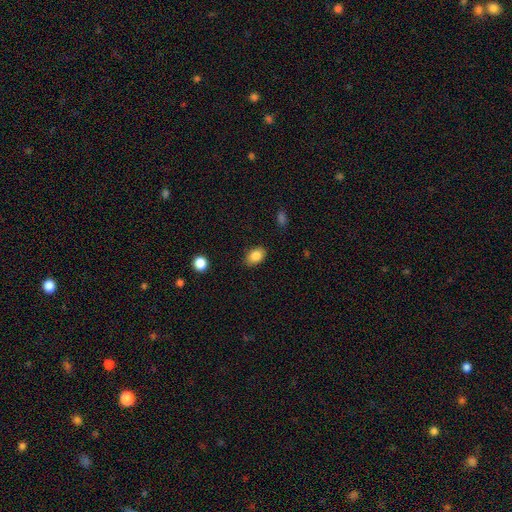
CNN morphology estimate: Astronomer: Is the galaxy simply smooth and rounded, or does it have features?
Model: smooth — 84%.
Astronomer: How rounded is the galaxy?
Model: in between — 81%.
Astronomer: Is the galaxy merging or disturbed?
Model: none — 83%.